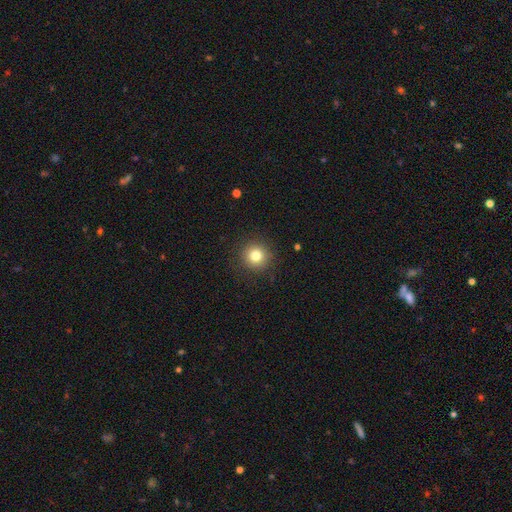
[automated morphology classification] Smooth or featured?
  - smooth: 80% *
  - star or artifact: 12%
  - featured or disk: 8%
How rounded?
  - round: 94% *
  - in between: 5%
  - cigar-shaped: 1%
Merging?
  - none: 90% *
  - minor disturbance: 6%
  - major disturbance: 2%
  - merger: 1%